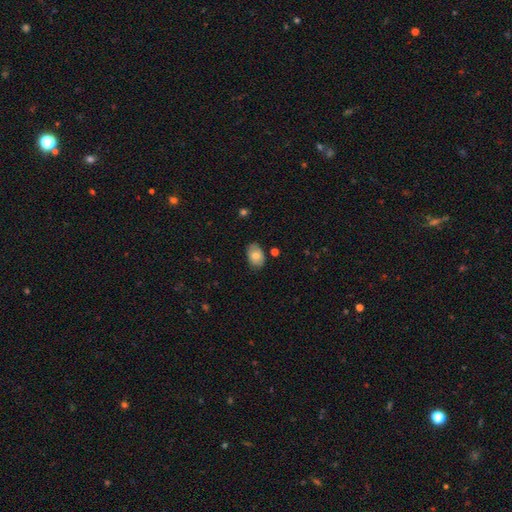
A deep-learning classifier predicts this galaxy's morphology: This appears to be a smooth galaxy with no disk features (78%) that is in between round and cigar-shaped (85%). Merging: none (77%).